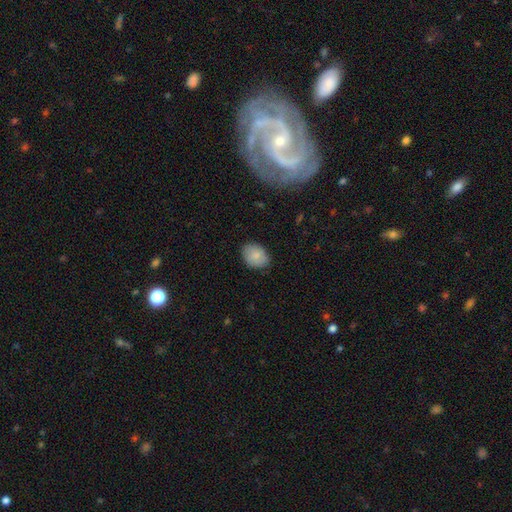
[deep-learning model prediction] This appears to be a smooth galaxy with no disk features (85%) that is in between round and cigar-shaped (69%). Merging: none (82%).